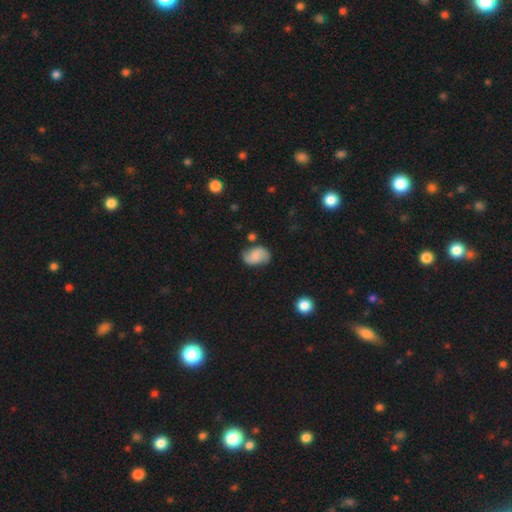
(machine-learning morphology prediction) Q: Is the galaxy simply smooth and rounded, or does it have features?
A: featured or disk — 49%.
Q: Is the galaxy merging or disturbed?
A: none — 68%.